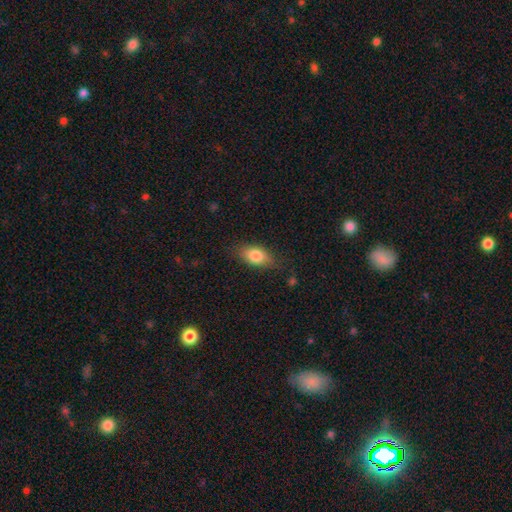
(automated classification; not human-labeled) Morphology: type=smooth (81%); roundness=in between (86%); merging=none (78%).